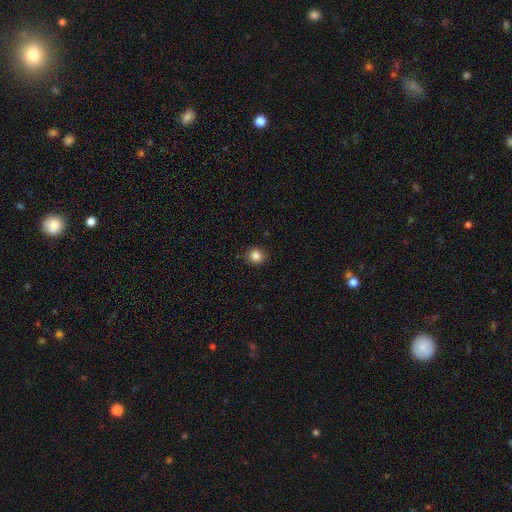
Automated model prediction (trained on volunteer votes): A smooth galaxy with no disk features (85%) that is round (91%). Merging: none (91%).